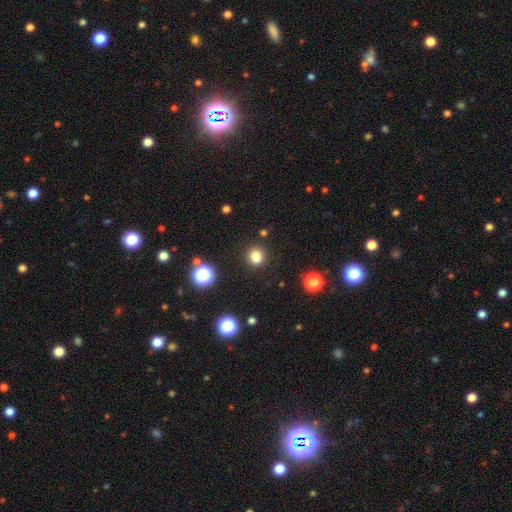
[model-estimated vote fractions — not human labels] This is likely a smooth galaxy (79%). How rounded: likely round (79%). Merging: likely none (78%).